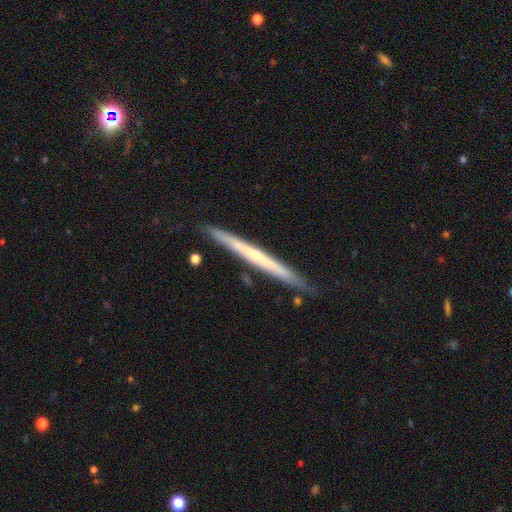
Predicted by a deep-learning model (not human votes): A featured or disk galaxy (61%) viewed edge-on (97%) with no central bulge (60%). Merging: none (87%).